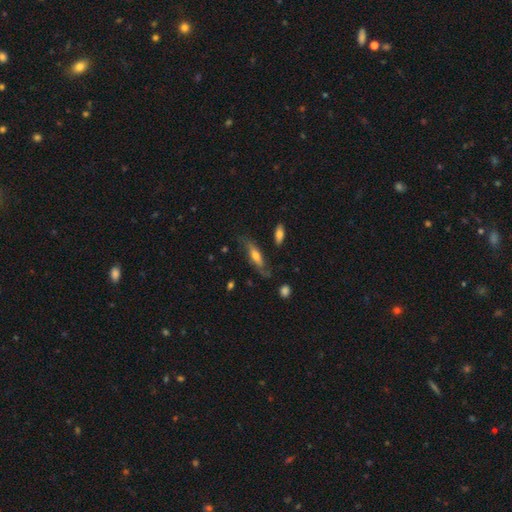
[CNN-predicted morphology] The model was most divided on "smooth or featured": featured or disk: 51%, smooth: 41%, star or artifact: 7%. More confident: merging — none (63%); edge-on disk — yes (57%).